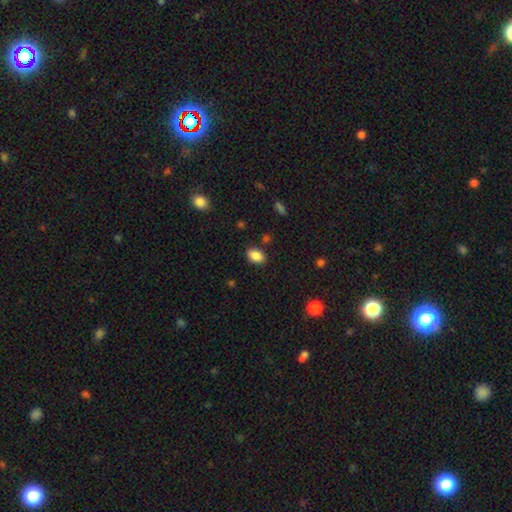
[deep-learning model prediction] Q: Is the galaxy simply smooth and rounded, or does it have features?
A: smooth — 87%.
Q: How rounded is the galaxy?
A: in between — 85%.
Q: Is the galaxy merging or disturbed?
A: none — 86%.